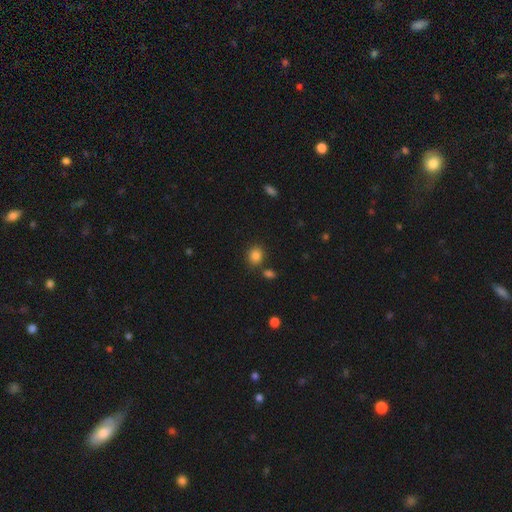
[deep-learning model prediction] This appears to be a smooth galaxy with no disk features (85%) that is round (70%). Merging: none (77%).